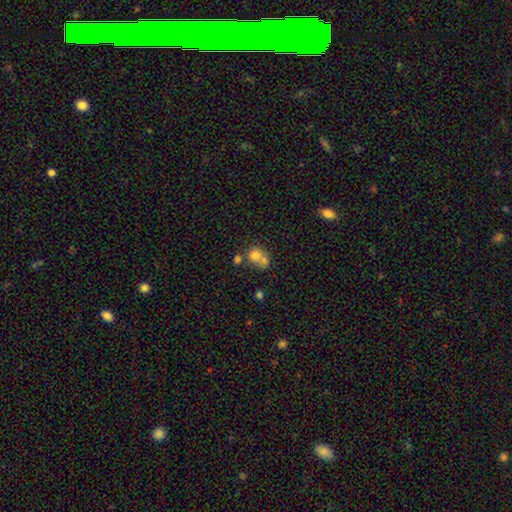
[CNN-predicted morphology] Smooth or featured?
  - smooth: 71% *
  - featured or disk: 17%
  - star or artifact: 12%
How rounded?
  - round: 68% *
  - in between: 31%
  - cigar-shaped: 1%
Merging?
  - merger: 57% *
  - none: 29%
  - minor disturbance: 9%
  - major disturbance: 5%